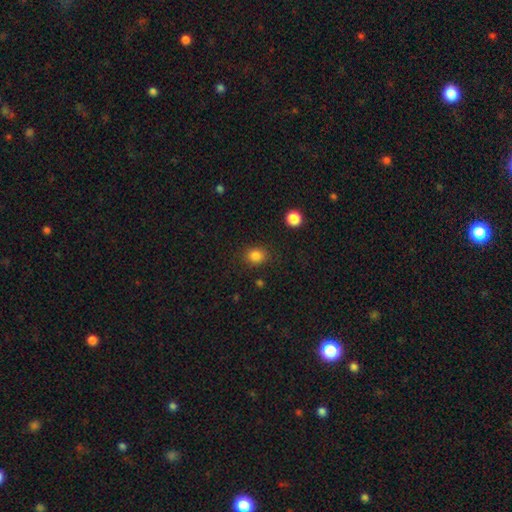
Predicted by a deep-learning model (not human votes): smooth-or-featured: smooth: 84% | star or artifact: 11% | featured or disk: 5%
  how-rounded: round: 61% | in between: 39% | cigar-shaped: 1%
  merging: none: 85% | minor disturbance: 10% | major disturbance: 4% | merger: 2%